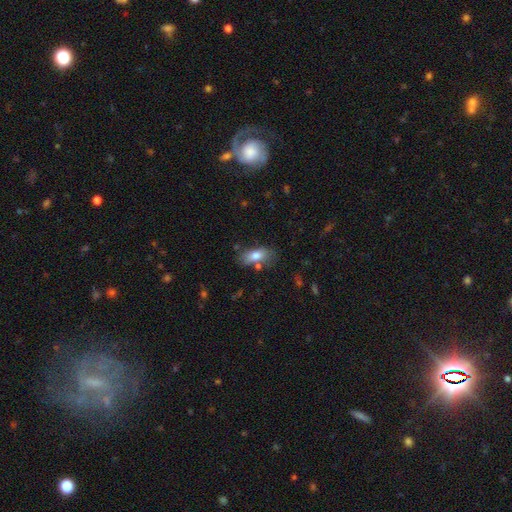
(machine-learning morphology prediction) Smooth or featured?
  - smooth: 77% *
  - featured or disk: 16%
  - star or artifact: 8%
How rounded?
  - in between: 85% *
  - cigar-shaped: 10%
  - round: 5%
Merging?
  - none: 65% *
  - minor disturbance: 19%
  - merger: 11%
  - major disturbance: 6%